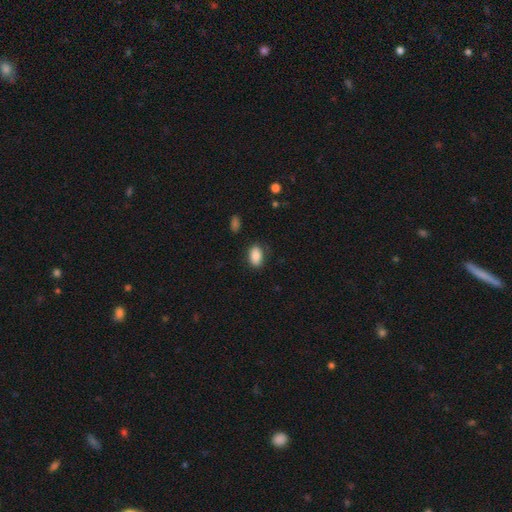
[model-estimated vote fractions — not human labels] smooth 86%, star or artifact 8%, featured or disk 6%. Down the decision tree: how rounded — in between (90%); merging — none (83%).